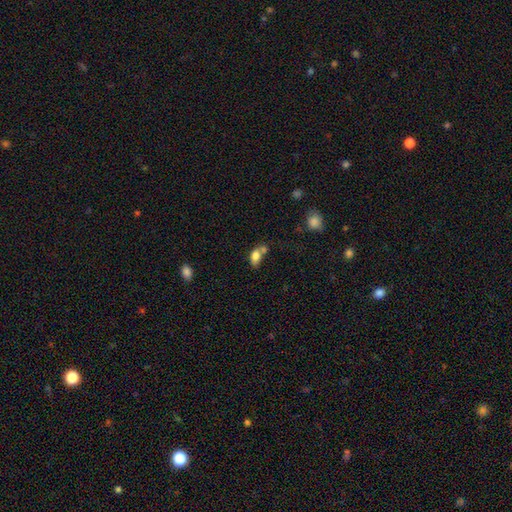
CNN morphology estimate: smooth-or-featured: smooth: 79% | featured or disk: 12% | star or artifact: 9%
  how-rounded: in between: 86% | round: 11% | cigar-shaped: 4%
  merging: merger: 44% | none: 34% | minor disturbance: 15% | major disturbance: 7%